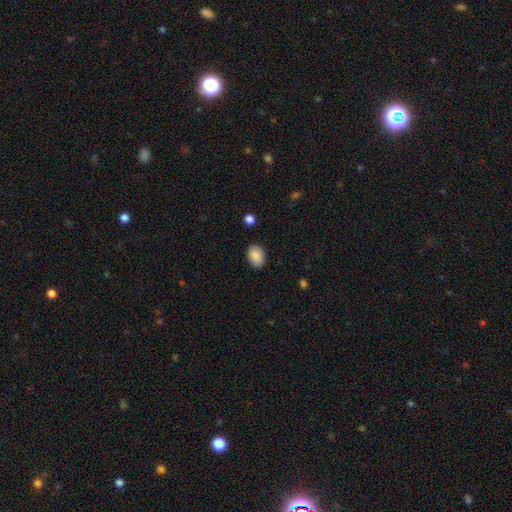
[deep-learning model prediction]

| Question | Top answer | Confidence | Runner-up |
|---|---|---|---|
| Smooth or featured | smooth | 88% | star or artifact (7%) |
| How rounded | in between | 81% | round (18%) |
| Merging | none | 88% | minor disturbance (9%) |